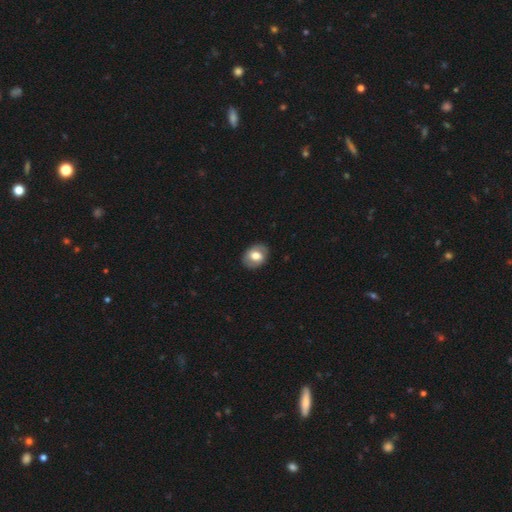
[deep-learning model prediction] Morphology: type=smooth (61%); roundness=in between (64%); merging=none (84%).